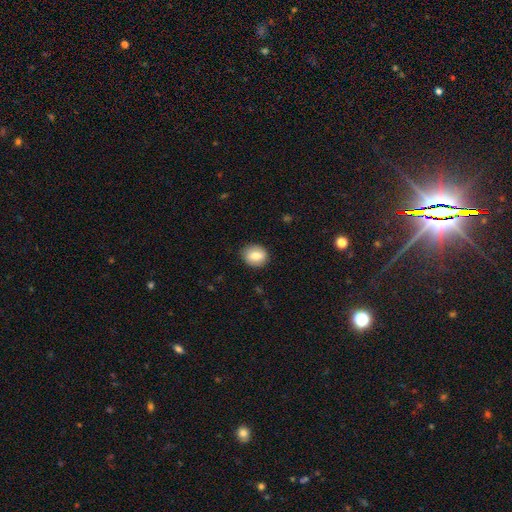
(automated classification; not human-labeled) smooth_or_featured: smooth (p=0.81) [alt: featured or disk p=0.11]
how_rounded: round (p=0.61) [alt: in between p=0.38]
merging: none (p=0.87) [alt: minor disturbance p=0.09]